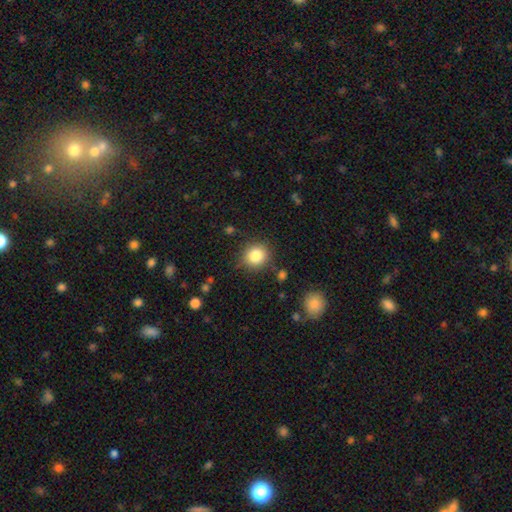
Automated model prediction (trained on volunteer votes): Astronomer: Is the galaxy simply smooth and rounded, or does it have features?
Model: smooth — 83%.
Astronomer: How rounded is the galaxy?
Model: round — 85%.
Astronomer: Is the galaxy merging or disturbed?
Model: none — 84%.